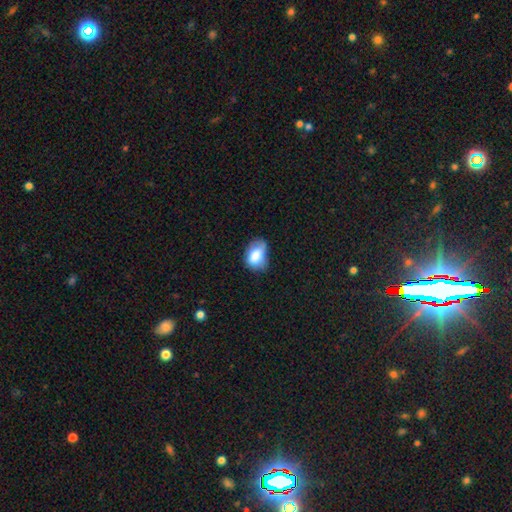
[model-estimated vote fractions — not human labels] A smooth galaxy with no disk features (78%) that is in between round and cigar-shaped (81%).

Vote fractions:
- Smooth or featured? smooth: 78% / featured or disk: 14% / star or artifact: 8%
- How rounded? in between: 81% / round: 18% / cigar-shaped: 1%
- Merging? minor disturbance: 41% / none: 38% / major disturbance: 17% / merger: 4%